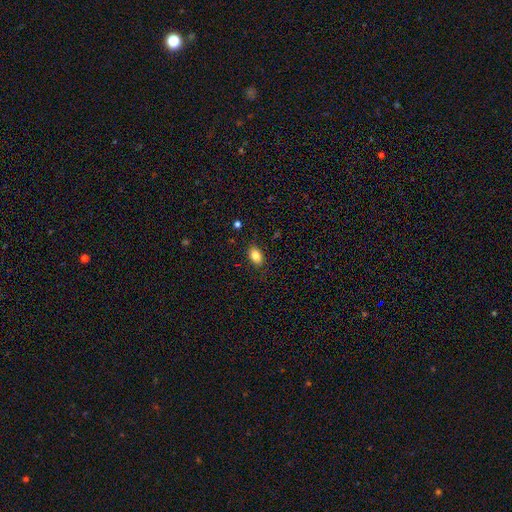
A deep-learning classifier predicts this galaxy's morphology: This is clearly a smooth galaxy (84%). How rounded: clearly in between (81%). Merging: clearly none (86%).